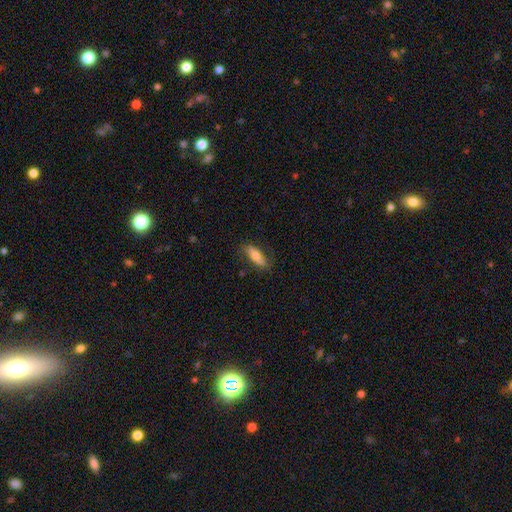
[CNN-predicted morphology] A smooth galaxy with no disk features (69%) that is in between round and cigar-shaped (73%).

Vote fractions:
- Smooth or featured? smooth: 69% / featured or disk: 24% / star or artifact: 7%
- How rounded? in between: 73% / cigar-shaped: 24% / round: 3%
- Merging? none: 72% / minor disturbance: 20% / major disturbance: 6% / merger: 1%